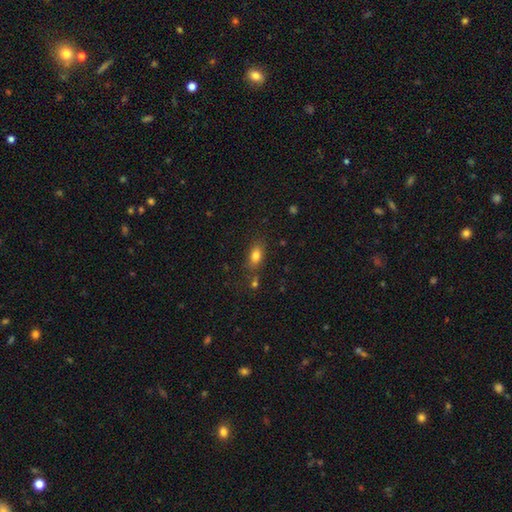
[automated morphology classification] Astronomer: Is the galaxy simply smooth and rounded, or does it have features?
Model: smooth — 81%.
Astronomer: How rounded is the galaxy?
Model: in between — 82%.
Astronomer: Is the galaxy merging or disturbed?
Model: none — 74%.